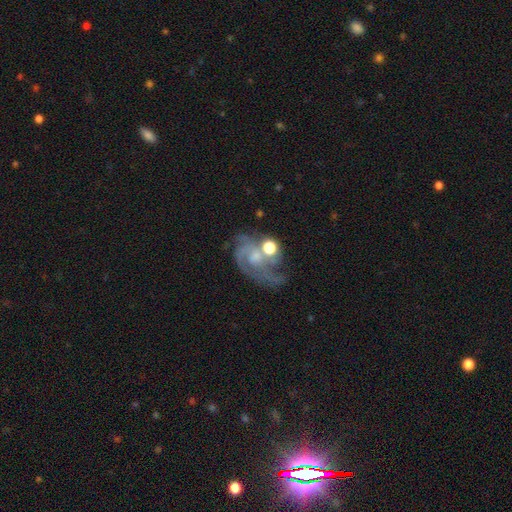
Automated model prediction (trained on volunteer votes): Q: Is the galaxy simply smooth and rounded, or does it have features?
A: featured or disk — 78%.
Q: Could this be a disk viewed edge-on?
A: no — 98%.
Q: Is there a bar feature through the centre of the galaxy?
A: no — 61%.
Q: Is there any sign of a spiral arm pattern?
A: yes — 93%.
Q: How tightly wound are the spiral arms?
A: medium — 46%.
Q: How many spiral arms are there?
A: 2 — 48%.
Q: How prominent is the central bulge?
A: small — 42%.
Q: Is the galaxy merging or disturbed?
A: none — 45%.